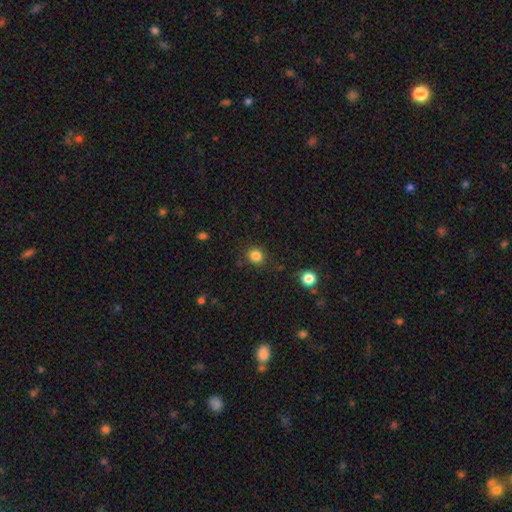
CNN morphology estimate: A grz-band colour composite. It shows a smooth galaxy with no disk features (84%) that is round (85%). Merging: none (85%).